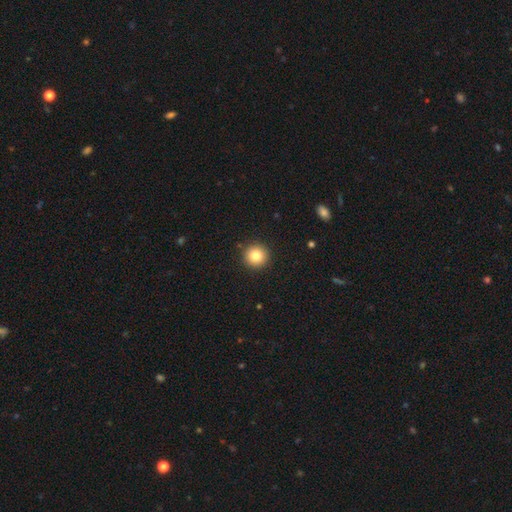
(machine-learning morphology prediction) smooth-or-featured: smooth: 82% | star or artifact: 10% | featured or disk: 7%
  how-rounded: round: 95% | in between: 4% | cigar-shaped: 1%
  merging: none: 92% | minor disturbance: 5% | major disturbance: 2% | merger: 1%